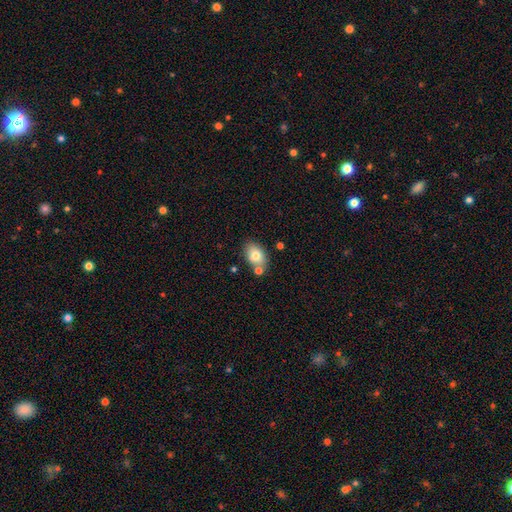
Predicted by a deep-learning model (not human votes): This appears to be a smooth galaxy with no disk features (77%) that is in between round and cigar-shaped (81%). Merging: none (68%).